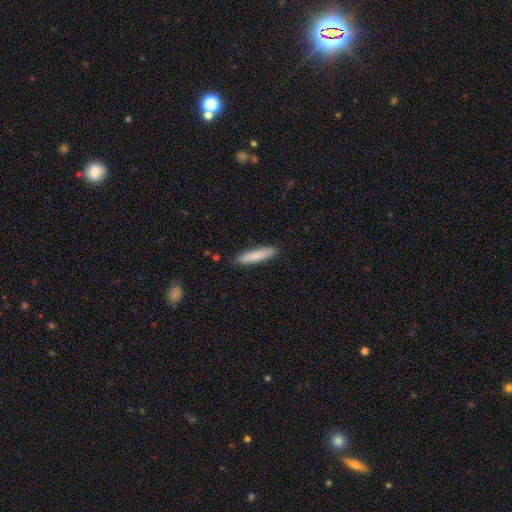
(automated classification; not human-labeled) A smooth galaxy with no disk features (84%) that is cigar-shaped (86%). Merging: none (88%).